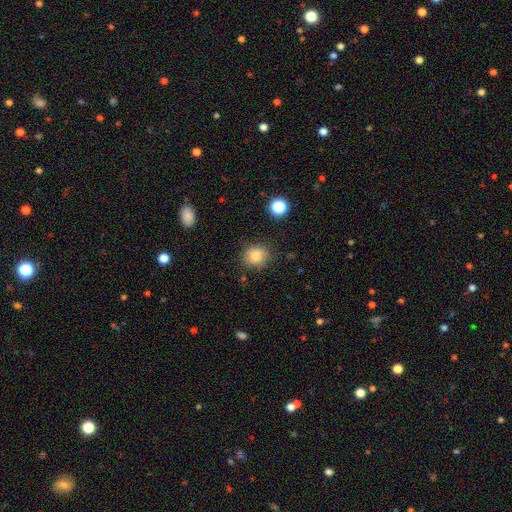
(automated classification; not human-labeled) Smooth or featured: smooth — 83% (star or artifact — 11%)
How rounded: round — 75% (in between — 24%)
Merging: none — 77% (minor disturbance — 16%)